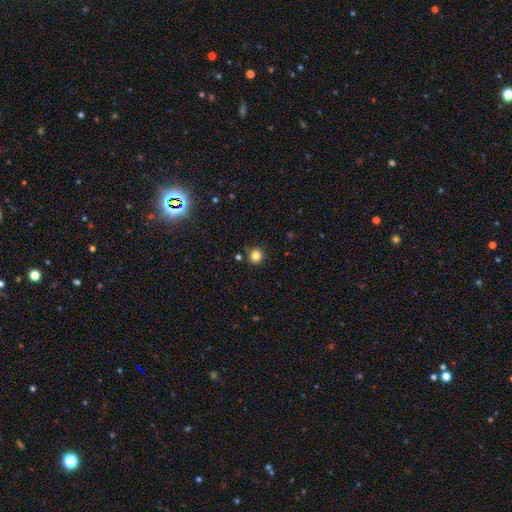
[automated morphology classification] type=smooth (82%); roundness=round (94%); merging=none (86%).